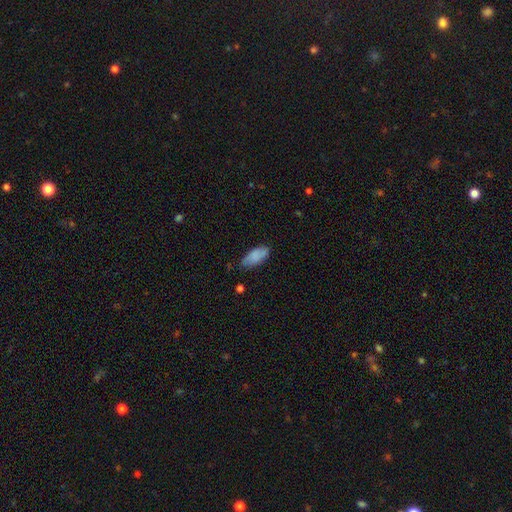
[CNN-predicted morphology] Smooth or featured? smooth (84%)
How rounded? in between (85%)
Merging? none (73%)